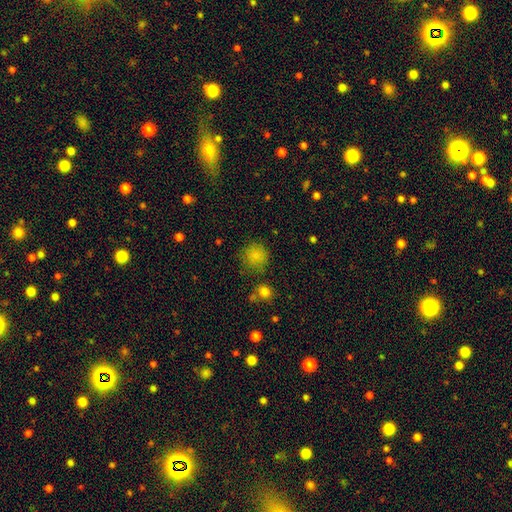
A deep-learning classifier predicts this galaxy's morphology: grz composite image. It shows a smooth galaxy with no disk features (83%) that is round (90%). Merging: none (78%).